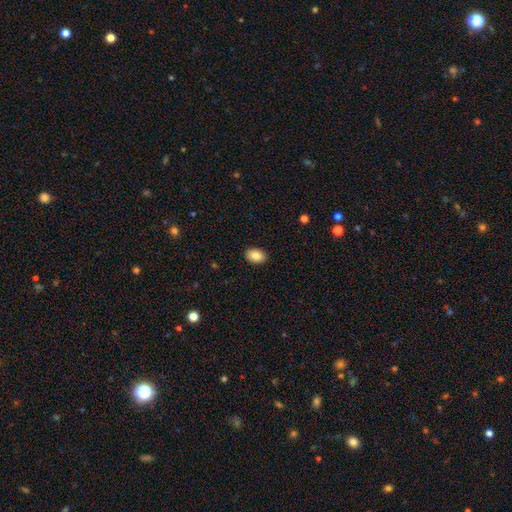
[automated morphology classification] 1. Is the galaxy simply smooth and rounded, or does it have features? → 86% smooth, 7% star or artifact, 7% featured or disk.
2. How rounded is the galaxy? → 87% in between, 12% round, 1% cigar-shaped.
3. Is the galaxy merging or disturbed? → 90% none, 7% minor disturbance, 2% major disturbance, 1% merger.